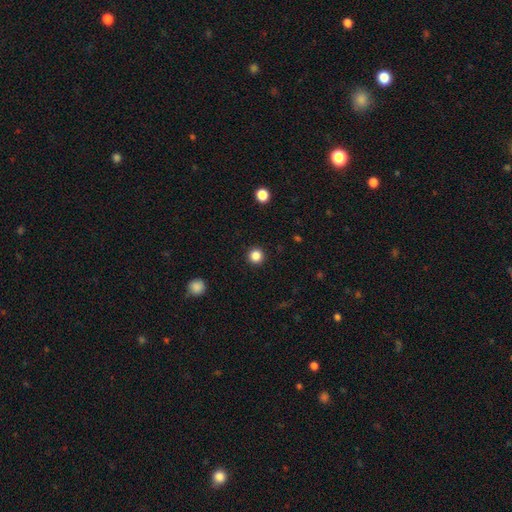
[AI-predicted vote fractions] A smooth galaxy with no disk features (85%) that is round (95%). Merging: none (93%).